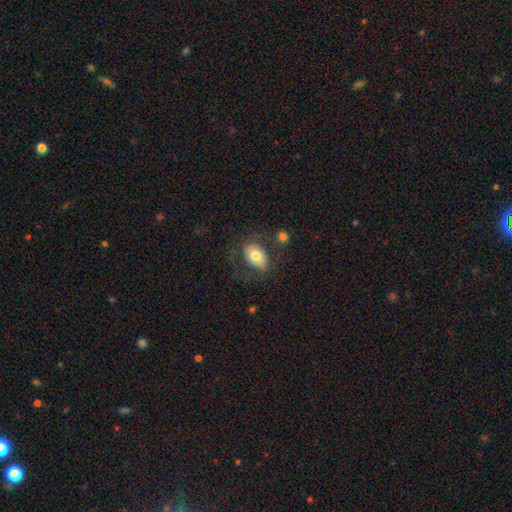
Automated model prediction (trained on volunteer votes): smooth_or_featured: smooth (p=0.71) [alt: featured or disk p=0.21]
how_rounded: in between (p=0.84) [alt: round p=0.15]
merging: none (p=0.64) [alt: minor disturbance p=0.18]